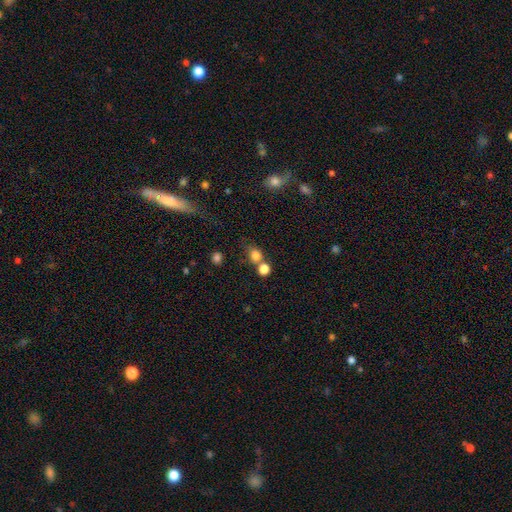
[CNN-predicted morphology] Q: Smooth or featured?
A: smooth (79%); runner-up: star or artifact (14%)
Q: How rounded?
A: round (73%); runner-up: in between (26%)
Q: Merging?
A: none (51%); runner-up: merger (34%)